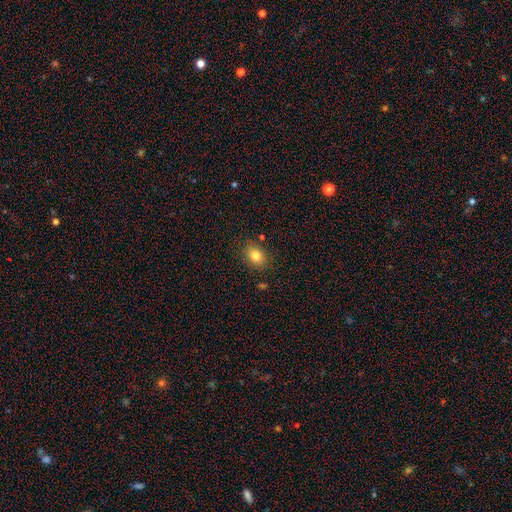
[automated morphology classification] smooth_or_featured: smooth (p=0.82) [alt: star or artifact p=0.10]
how_rounded: in between (p=0.63) [alt: round p=0.36]
merging: none (p=0.83) [alt: minor disturbance p=0.11]